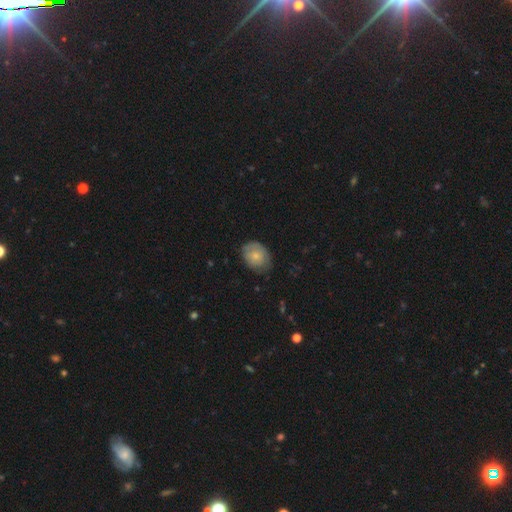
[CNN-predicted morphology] A smooth galaxy with no disk features (69%) that is in between round and cigar-shaped (57%). Merging: none (67%).